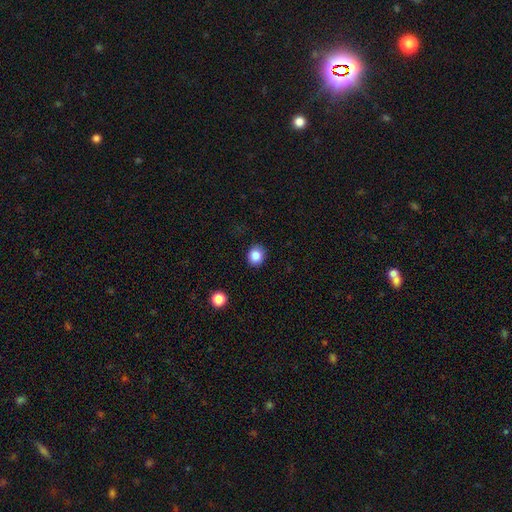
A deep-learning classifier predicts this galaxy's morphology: This appears to be a smooth galaxy with no disk features (85%) that is round (78%). Merging: none (90%).